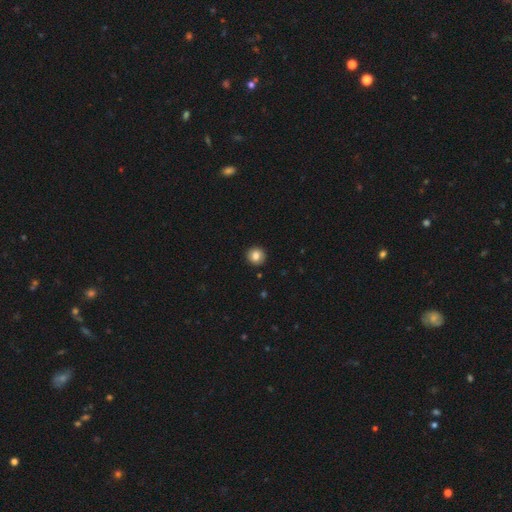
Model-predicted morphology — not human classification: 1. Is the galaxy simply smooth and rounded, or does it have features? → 83% smooth, 9% star or artifact, 7% featured or disk.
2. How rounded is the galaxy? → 94% round, 5% in between, 1% cigar-shaped.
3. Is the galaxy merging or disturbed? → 93% none, 5% minor disturbance, 1% major disturbance, 1% merger.